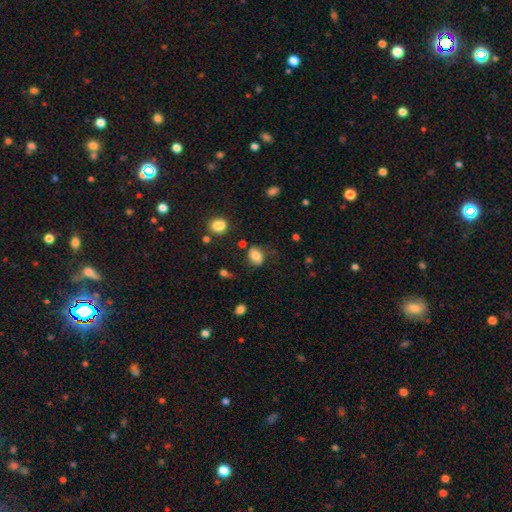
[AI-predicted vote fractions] Morphology: type=smooth (70%); roundness=in between (59%); merging=none (59%).